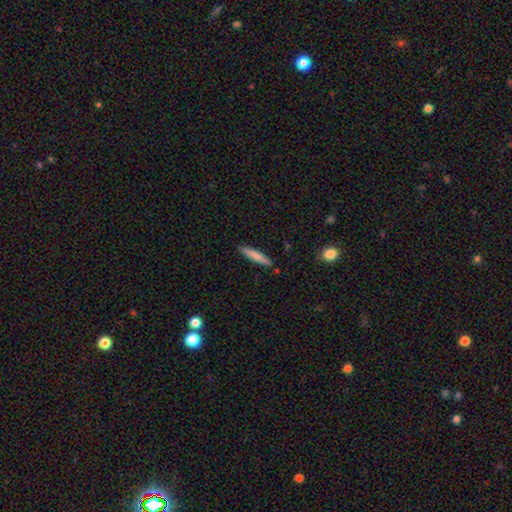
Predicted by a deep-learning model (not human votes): smooth_or_featured: smooth (p=0.75) [alt: featured or disk p=0.19]
how_rounded: cigar-shaped (p=0.90) [alt: in between p=0.08]
merging: none (p=0.88) [alt: minor disturbance p=0.08]